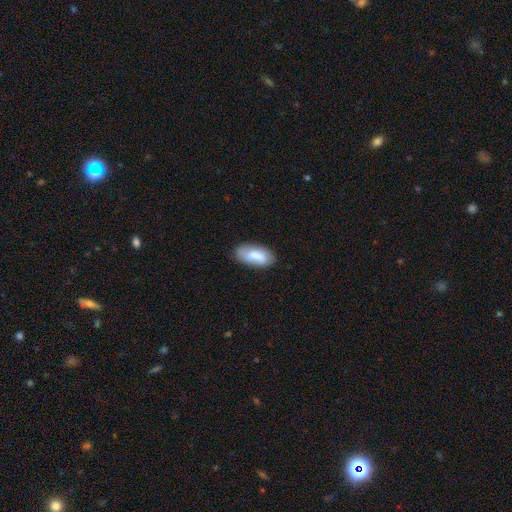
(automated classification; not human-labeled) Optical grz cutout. It shows a smooth galaxy with no disk features (72%) that is in between round and cigar-shaped (90%). Merging: none (75%).